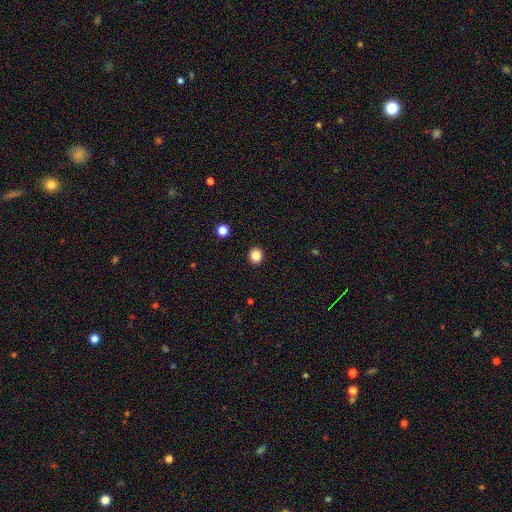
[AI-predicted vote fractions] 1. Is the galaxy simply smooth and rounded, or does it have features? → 85% smooth, 11% star or artifact, 4% featured or disk.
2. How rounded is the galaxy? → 87% round, 12% in between, 1% cigar-shaped.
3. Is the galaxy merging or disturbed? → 93% none, 5% minor disturbance, 2% major disturbance, 1% merger.